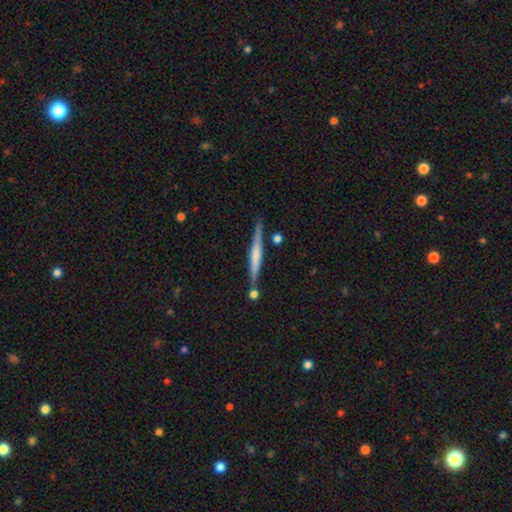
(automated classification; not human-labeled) Q: Smooth or featured?
A: featured or disk (57%); runner-up: smooth (38%)
Q: Edge-on disk?
A: yes (97%); runner-up: no (3%)
Q: Edge-on bulge?
A: none (45%); runner-up: rounded (29%)
Q: Merging?
A: none (81%); runner-up: minor disturbance (11%)